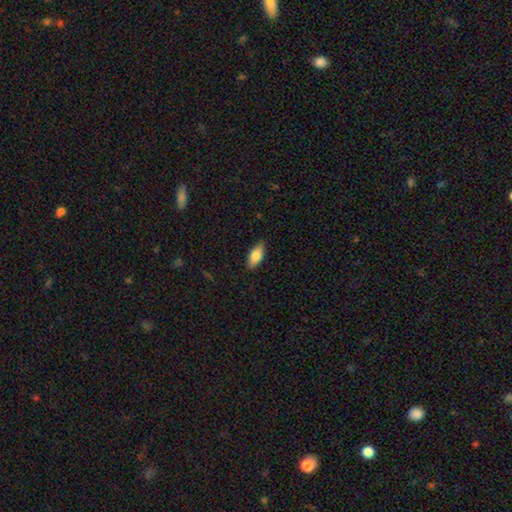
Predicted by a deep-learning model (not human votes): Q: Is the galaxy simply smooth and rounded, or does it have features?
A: smooth — 81%.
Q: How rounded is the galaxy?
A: in between — 85%.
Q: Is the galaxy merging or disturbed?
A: none — 87%.